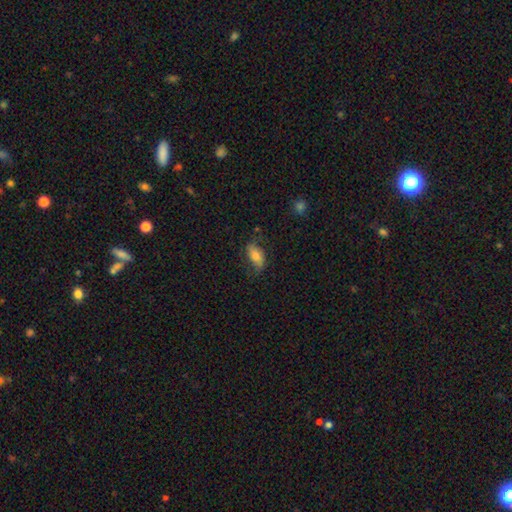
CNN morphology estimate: Smooth or featured? Predicted: smooth (p=0.69). How rounded? Predicted: in between (p=0.90). Merging? Predicted: none (p=0.62).